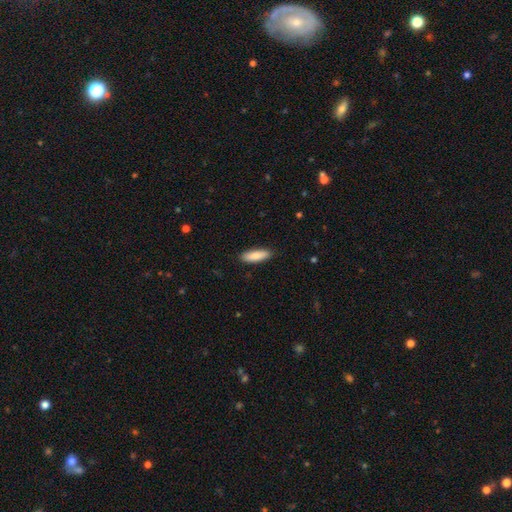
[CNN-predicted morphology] Smooth or featured: smooth — 85% (featured or disk — 9%)
How rounded: in between — 52% (cigar-shaped — 47%)
Merging: none — 88% (minor disturbance — 9%)